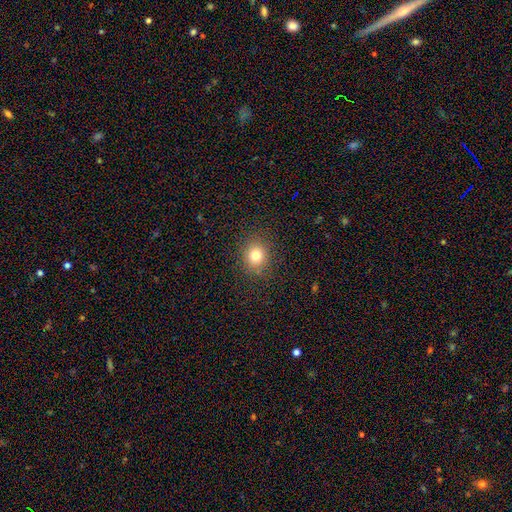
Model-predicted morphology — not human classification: The model was most divided on "how rounded": round: 79%, in between: 20%, cigar-shaped: 1%. More confident: merging — none (89%); smooth or featured — smooth (78%).